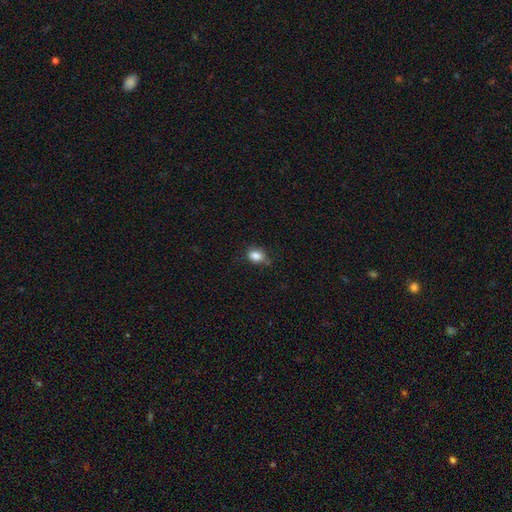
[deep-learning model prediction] Smooth or featured? Predicted: smooth (p=0.85). How rounded? Predicted: in between (p=0.63). Merging? Predicted: none (p=0.71).